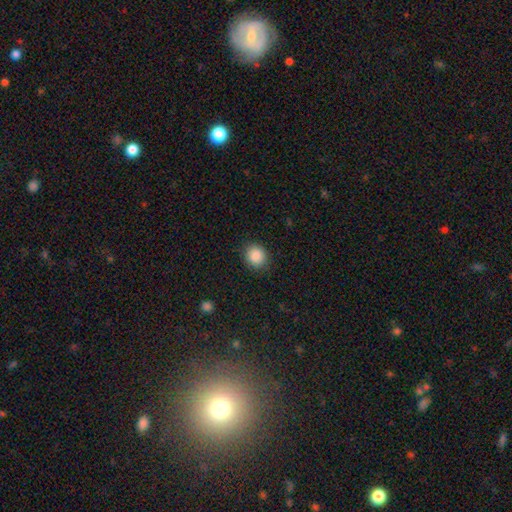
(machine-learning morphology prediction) Smooth or featured: smooth — 88% (star or artifact — 9%)
How rounded: round — 78% (in between — 21%)
Merging: none — 88% (minor disturbance — 9%)